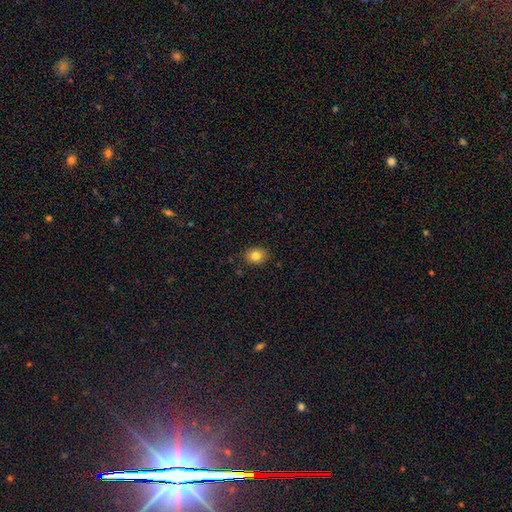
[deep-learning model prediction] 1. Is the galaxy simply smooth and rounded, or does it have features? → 81% smooth, 10% star or artifact, 8% featured or disk.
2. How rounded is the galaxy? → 51% round, 48% in between, 1% cigar-shaped.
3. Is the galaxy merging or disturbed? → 86% none, 10% minor disturbance, 2% major disturbance, 1% merger.